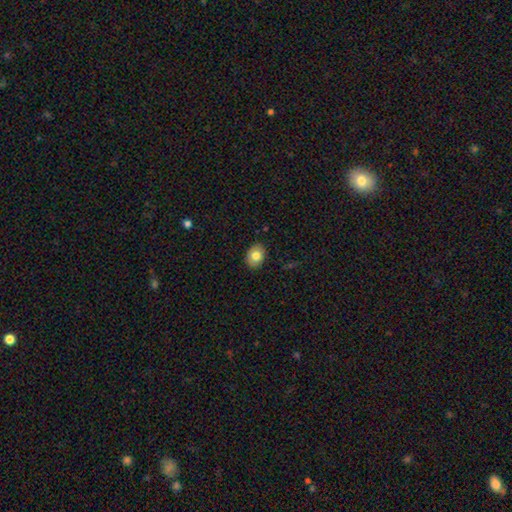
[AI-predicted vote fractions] Smooth or featured? smooth (79%)
How rounded? in between (70%)
Merging? none (88%)